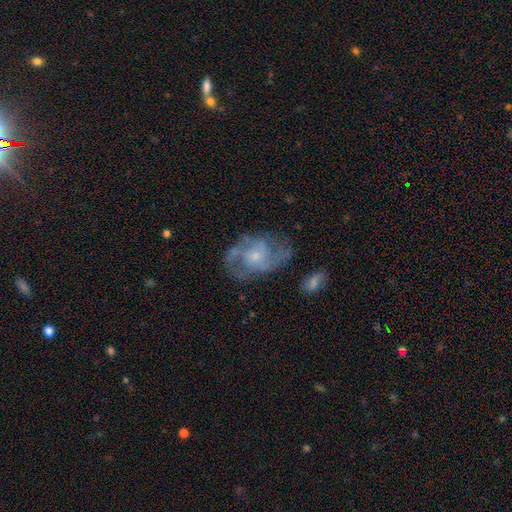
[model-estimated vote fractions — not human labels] Smooth or featured? Predicted: featured or disk (p=0.80). Edge-on disk? Predicted: no (p=0.97). Bar? Predicted: no (p=0.69). Spiral arms? Predicted: yes (p=0.90). Spiral winding? Predicted: medium (p=0.51). Spiral arm count? Predicted: 2 (p=0.46). Bulge size? Predicted: small (p=0.62). Merging? Predicted: none (p=0.64).